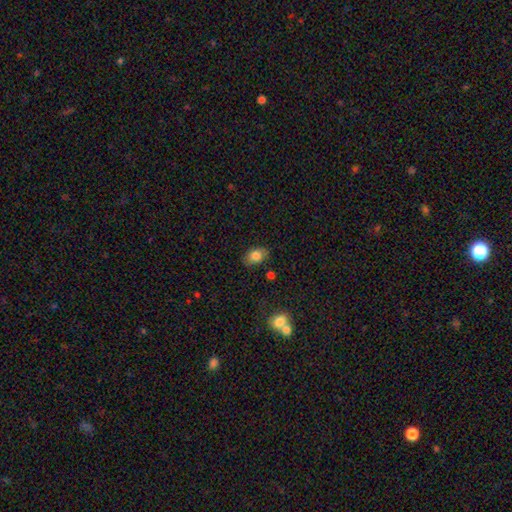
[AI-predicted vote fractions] Morphology: type=smooth (81%); roundness=in between (84%); merging=none (82%).